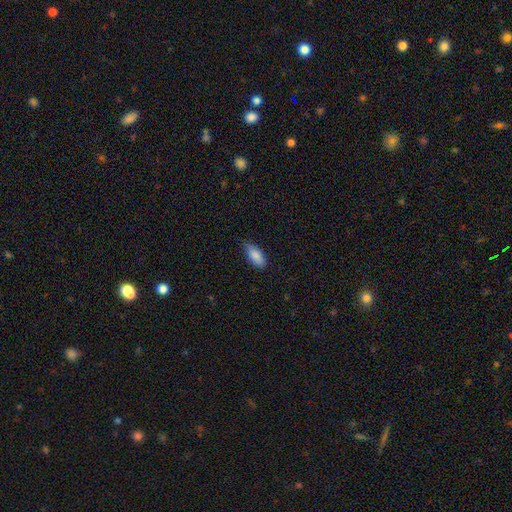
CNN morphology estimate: This appears to be a smooth galaxy with no disk features (86%) that is in between round and cigar-shaped (85%). Merging: none (73%).